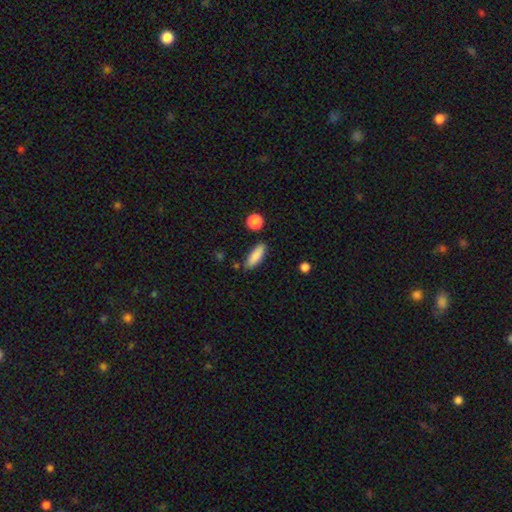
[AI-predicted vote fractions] smooth_or_featured: smooth (p=0.86) [alt: star or artifact p=0.07]
how_rounded: in between (p=0.62) [alt: cigar-shaped p=0.35]
merging: none (p=0.81) [alt: minor disturbance p=0.13]